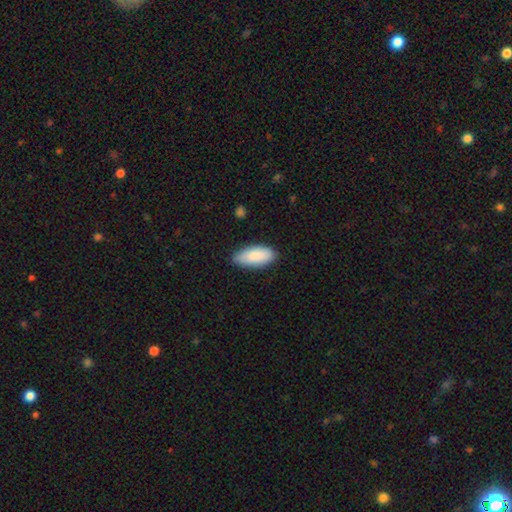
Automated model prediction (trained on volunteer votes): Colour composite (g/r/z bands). It shows a smooth galaxy with no disk features (87%) that is in between round and cigar-shaped (87%). Merging: none (84%).